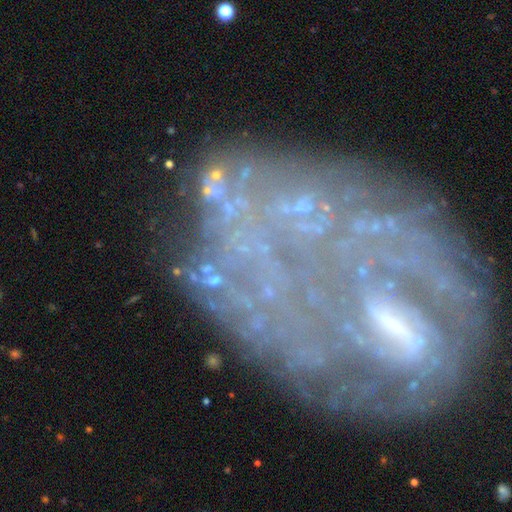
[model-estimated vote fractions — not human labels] A featured or disk galaxy (73%) with no bar (37%), spiral arms (53%) and no central bulge (44%). Merging: none (47%).